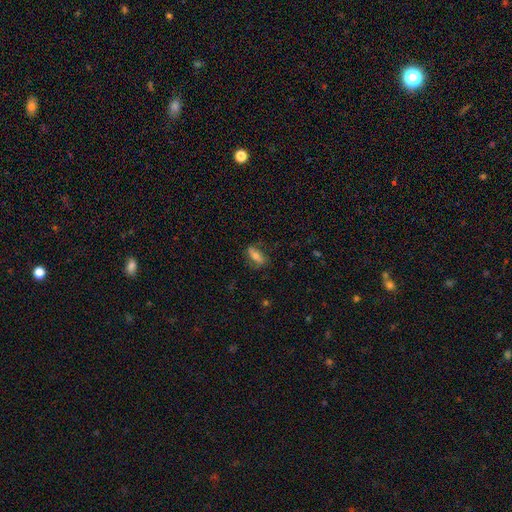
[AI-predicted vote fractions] This appears to be a smooth galaxy with no disk features (60%) that is in between round and cigar-shaped (68%). Merging: none (76%).